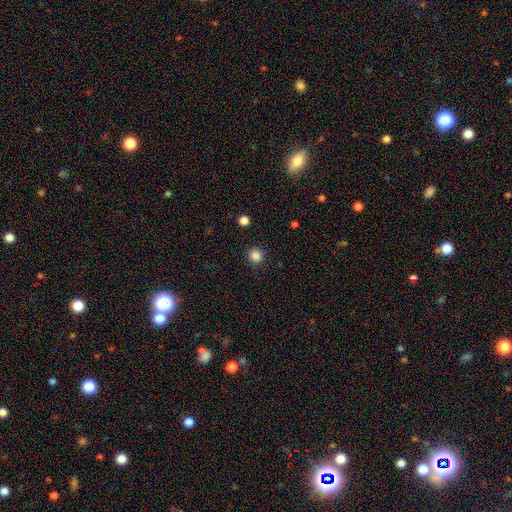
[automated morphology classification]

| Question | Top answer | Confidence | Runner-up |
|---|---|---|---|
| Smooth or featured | smooth | 85% | star or artifact (12%) |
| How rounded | round | 94% | in between (6%) |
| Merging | none | 91% | minor disturbance (6%) |